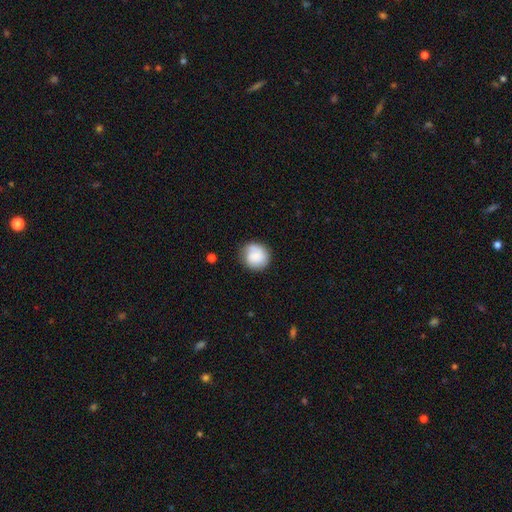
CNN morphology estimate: Q: Smooth or featured?
A: smooth (73%); runner-up: featured or disk (20%)
Q: How rounded?
A: round (87%); runner-up: in between (12%)
Q: Merging?
A: none (74%); runner-up: minor disturbance (18%)